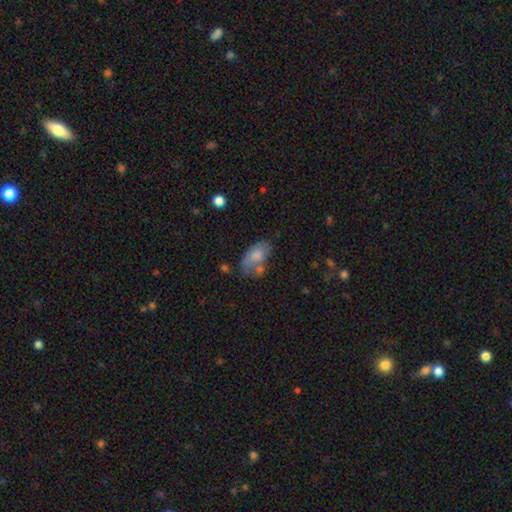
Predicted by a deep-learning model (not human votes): Q: Smooth or featured?
A: smooth (76%); runner-up: featured or disk (16%)
Q: How rounded?
A: in between (92%); runner-up: round (5%)
Q: Merging?
A: none (46%); runner-up: minor disturbance (26%)